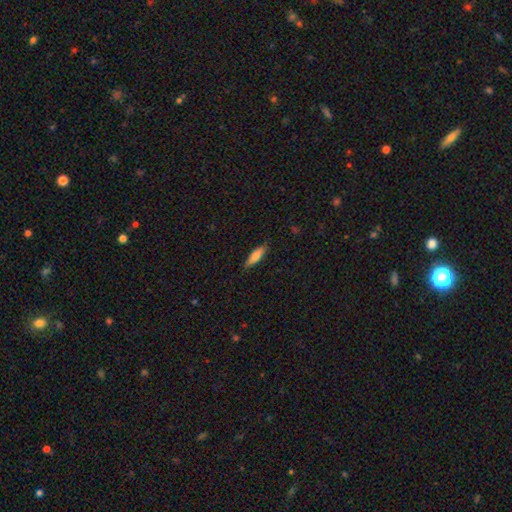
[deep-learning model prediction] smooth_or_featured: smooth (p=0.70) [alt: featured or disk p=0.24]
how_rounded: cigar-shaped (p=0.63) [alt: in between p=0.35]
merging: none (p=0.84) [alt: minor disturbance p=0.12]